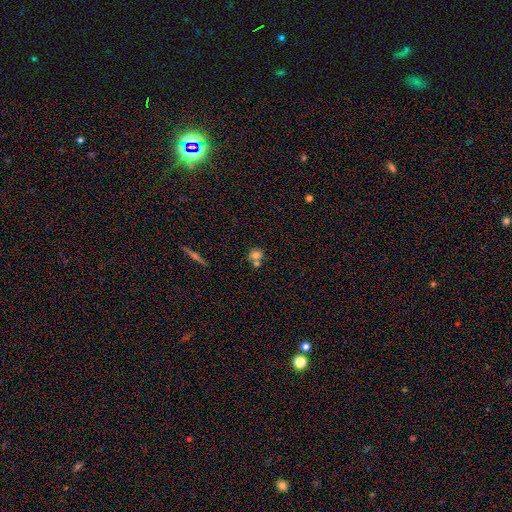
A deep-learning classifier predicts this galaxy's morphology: Smooth or featured: smooth — 70% (featured or disk — 17%)
How rounded: round — 78% (in between — 20%)
Merging: none — 49% (merger — 37%)